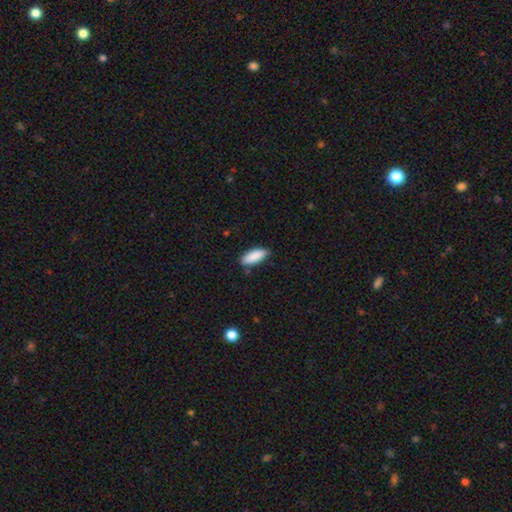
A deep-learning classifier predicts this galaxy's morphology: Smooth or featured: smooth — 90% (star or artifact — 6%)
How rounded: in between — 78% (cigar-shaped — 20%)
Merging: none — 83% (minor disturbance — 13%)